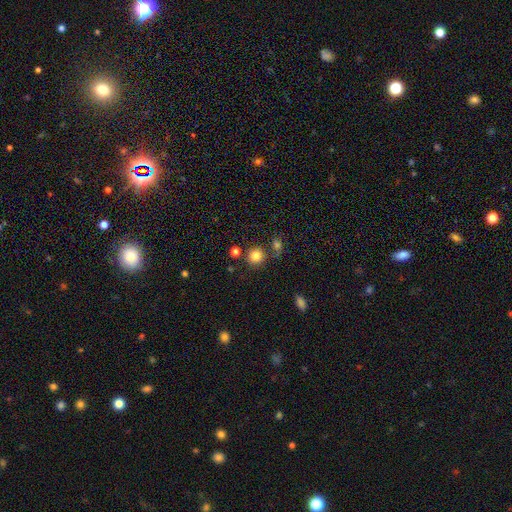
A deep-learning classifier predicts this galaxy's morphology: smooth 82%, star or artifact 12%, featured or disk 6%. Down the decision tree: how rounded — round (91%); merging — none (77%).